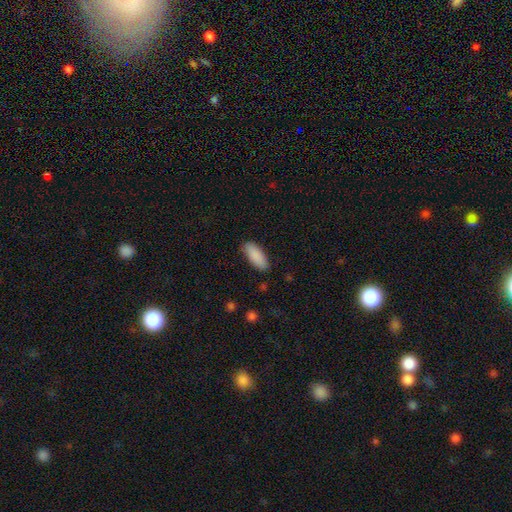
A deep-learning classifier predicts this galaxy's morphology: Q: Smooth or featured?
A: smooth (90%); runner-up: star or artifact (6%)
Q: How rounded?
A: in between (81%); runner-up: cigar-shaped (17%)
Q: Merging?
A: none (85%); runner-up: minor disturbance (12%)